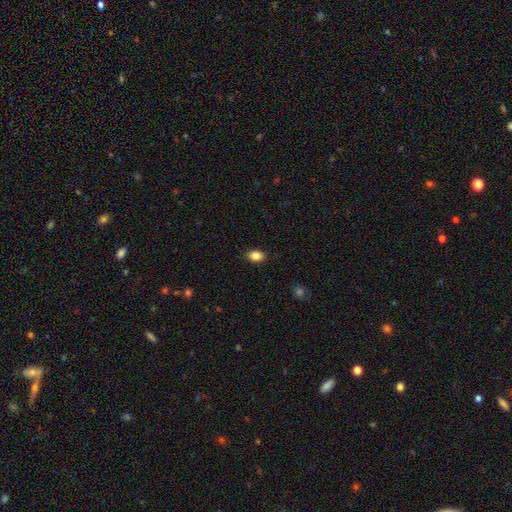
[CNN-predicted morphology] Overall: smooth (87%). How rounded: in between (76%). Merging: none (88%).